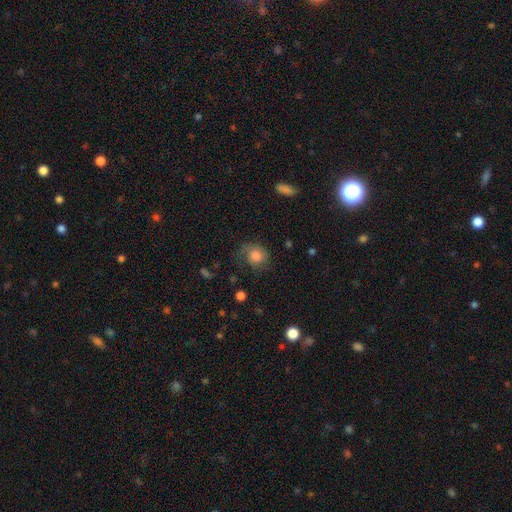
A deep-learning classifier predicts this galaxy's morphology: smooth_or_featured: smooth (p=0.73) [alt: featured or disk p=0.18]
how_rounded: round (p=0.75) [alt: in between p=0.24]
merging: none (p=0.55) [alt: minor disturbance p=0.26]